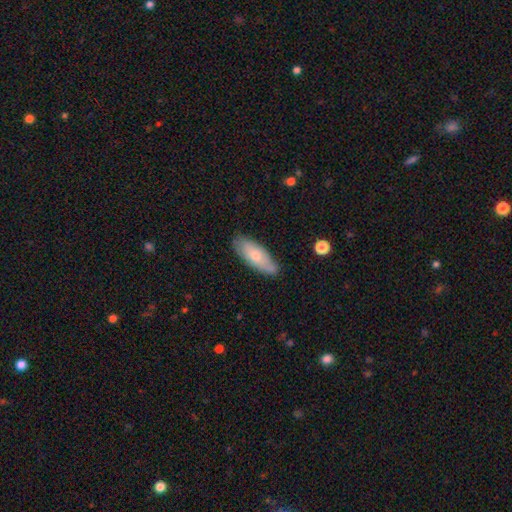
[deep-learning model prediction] smooth 66%, featured or disk 28%, star or artifact 6%. Down the decision tree: how rounded — in between (72%); merging — none (79%).